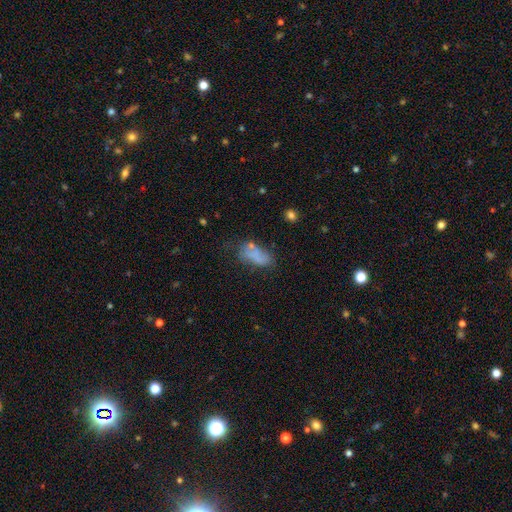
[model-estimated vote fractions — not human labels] The model was most divided on "merging": none: 41%, minor disturbance: 26%, major disturbance: 21%, merger: 12%. More confident: how rounded — in between (88%); smooth or featured — smooth (61%).